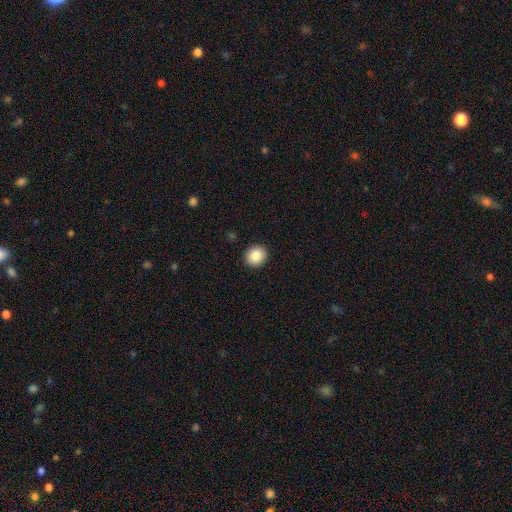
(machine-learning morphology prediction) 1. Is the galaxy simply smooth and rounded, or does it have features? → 86% smooth, 8% star or artifact, 5% featured or disk.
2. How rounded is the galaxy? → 76% round, 23% in between, 1% cigar-shaped.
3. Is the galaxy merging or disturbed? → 92% none, 5% minor disturbance, 2% major disturbance, 1% merger.